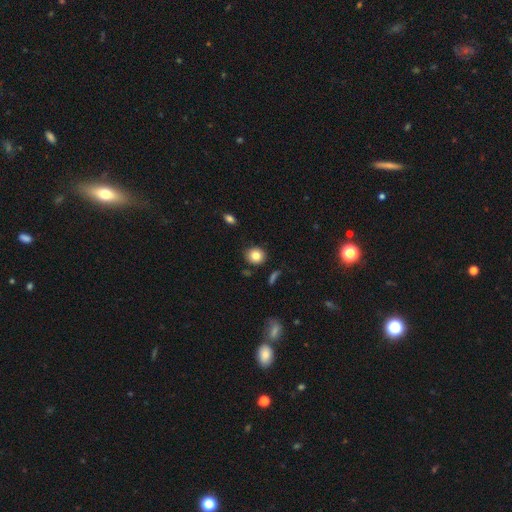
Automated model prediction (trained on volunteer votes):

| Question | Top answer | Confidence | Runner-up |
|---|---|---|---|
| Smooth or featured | smooth | 82% | star or artifact (10%) |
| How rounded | round | 82% | in between (17%) |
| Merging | none | 86% | minor disturbance (9%) |